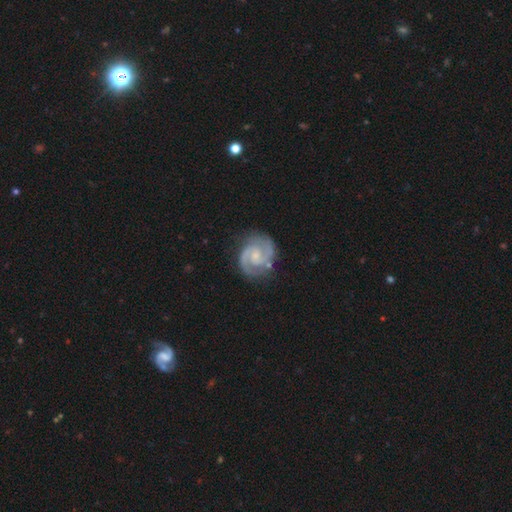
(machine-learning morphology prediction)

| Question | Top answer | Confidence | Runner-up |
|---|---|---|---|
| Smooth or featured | featured or disk | 92% | smooth (4%) |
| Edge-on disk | no | 98% | yes (2%) |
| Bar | no | 47% | weak (44%) |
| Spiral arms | yes | 98% | no (2%) |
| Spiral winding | medium | 48% | tight (46%) |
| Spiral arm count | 2 | 92% | 3 (3%) |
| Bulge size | small | 55% | moderate (28%) |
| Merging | none | 80% | minor disturbance (14%) |